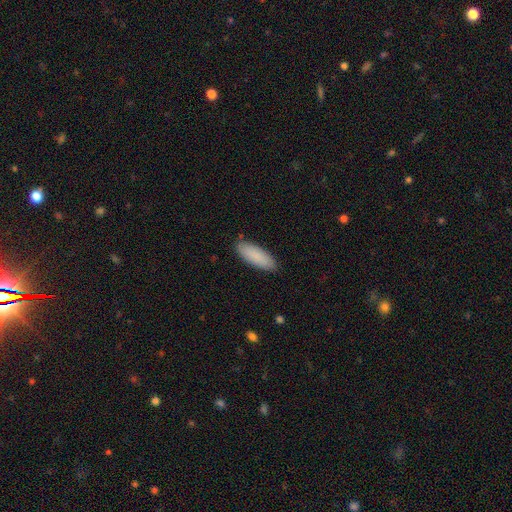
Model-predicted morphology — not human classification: smooth 89%, featured or disk 6%, star or artifact 5%. Down the decision tree: how rounded — in between (68%); merging — none (87%).